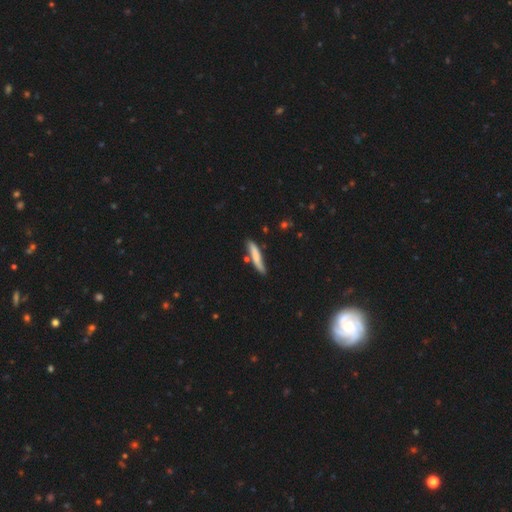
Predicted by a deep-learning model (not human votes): A smooth galaxy with no disk features (72%) that is cigar-shaped (90%). Merging: none (71%).